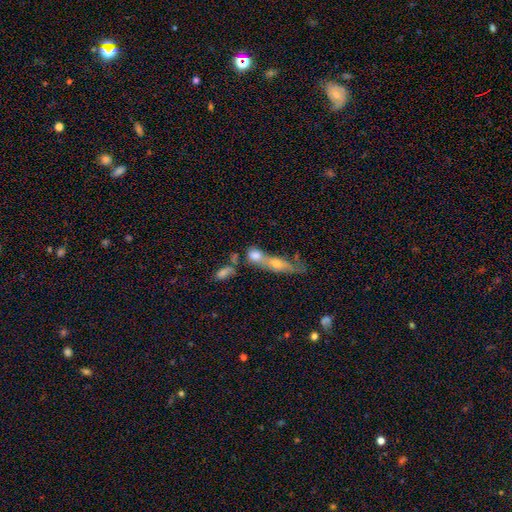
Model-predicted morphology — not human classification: smooth_or_featured: smooth (p=0.64) [alt: featured or disk p=0.26]
how_rounded: in between (p=0.42) [alt: cigar-shaped p=0.31]
merging: merger (p=0.58) [alt: none p=0.27]